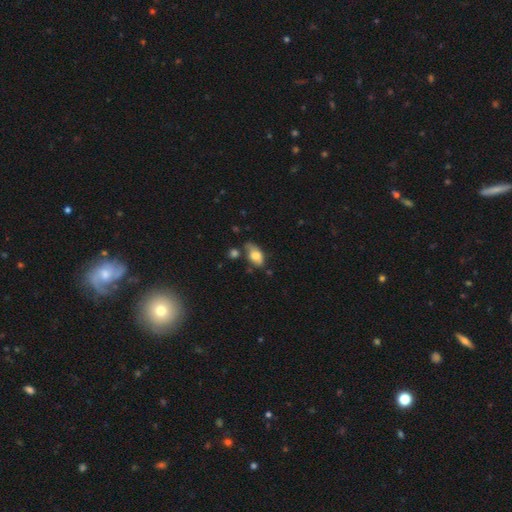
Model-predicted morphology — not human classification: Overall: smooth (73%). How rounded: in between (89%). Merging: none (48%; minor disturbance 30%).